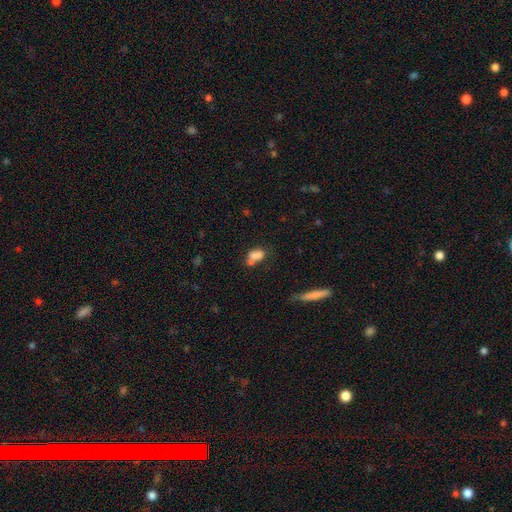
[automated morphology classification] Smooth or featured? Predicted: smooth (p=0.74). How rounded? Predicted: in between (p=0.77). Merging? Predicted: merger (p=0.46).